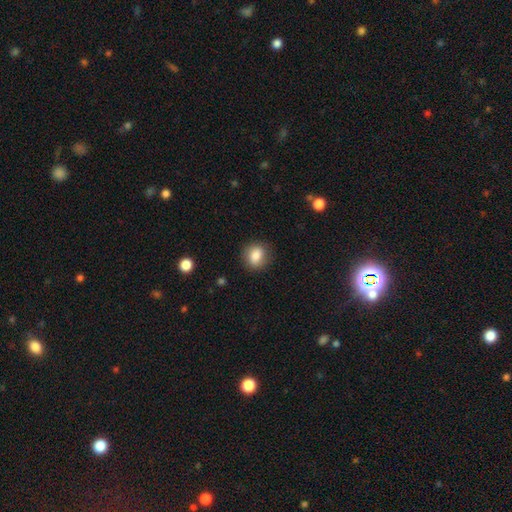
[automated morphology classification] type=smooth (83%); roundness=round (65%); merging=none (85%).